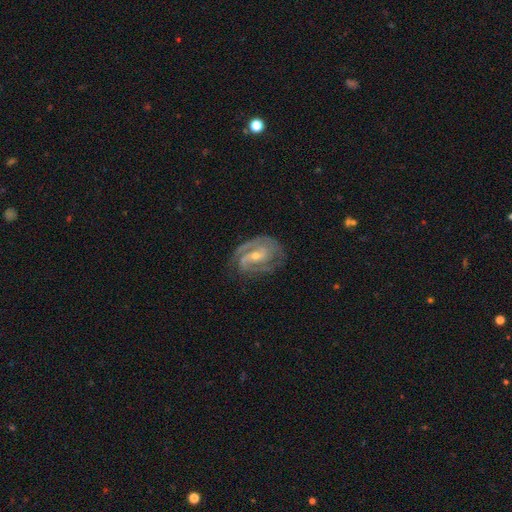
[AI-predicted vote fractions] A featured or disk galaxy (89%) with a weak bar (43%), 2 (68%) tight (51%) spiral arms (97%) and a small central bulge (57%). Merging: none (72%).